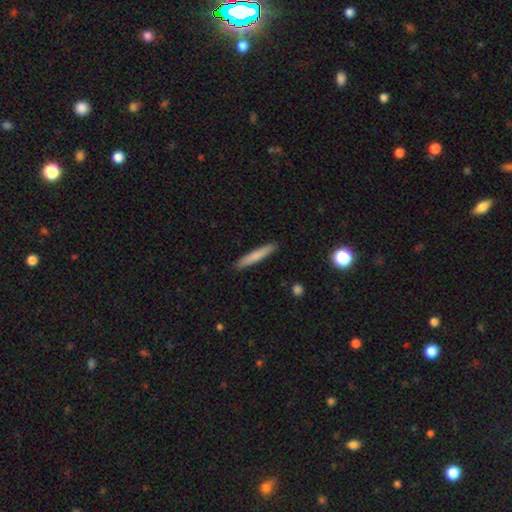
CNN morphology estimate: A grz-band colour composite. It shows a smooth galaxy with no disk features (74%) that is cigar-shaped (95%). Merging: none (91%).